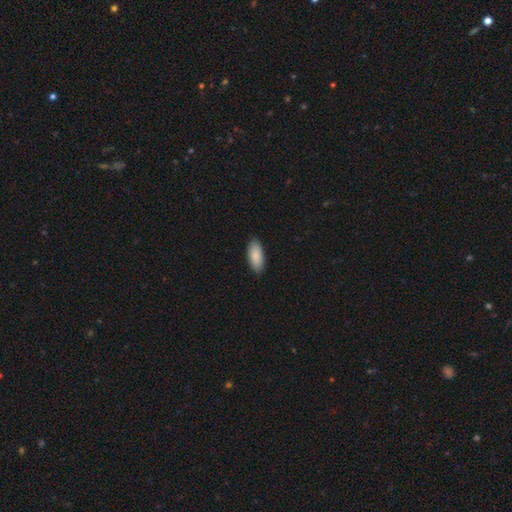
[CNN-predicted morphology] A smooth galaxy with no disk features (89%) that is in between round and cigar-shaped (87%). Merging: none (89%).